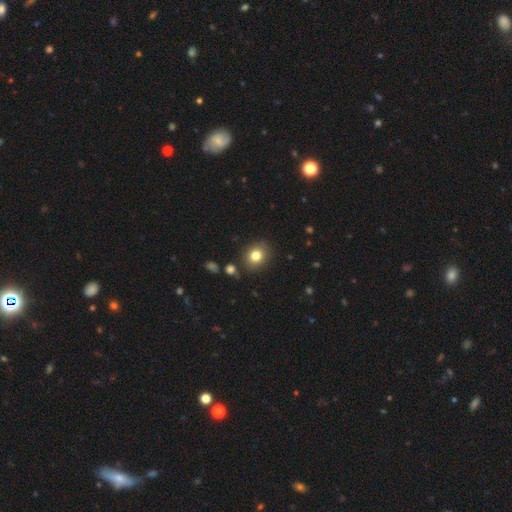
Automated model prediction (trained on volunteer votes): Smooth or featured? Predicted: smooth (p=0.81). How rounded? Predicted: round (p=0.65). Merging? Predicted: none (p=0.84).